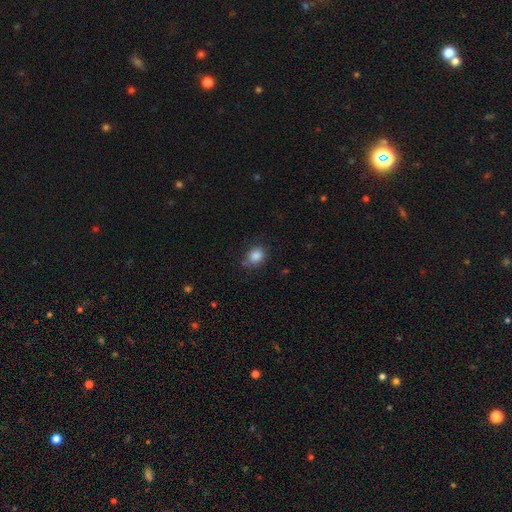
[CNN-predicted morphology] smooth 85%, star or artifact 9%, featured or disk 5%. Down the decision tree: how rounded — in between (54%); merging — none (70%).